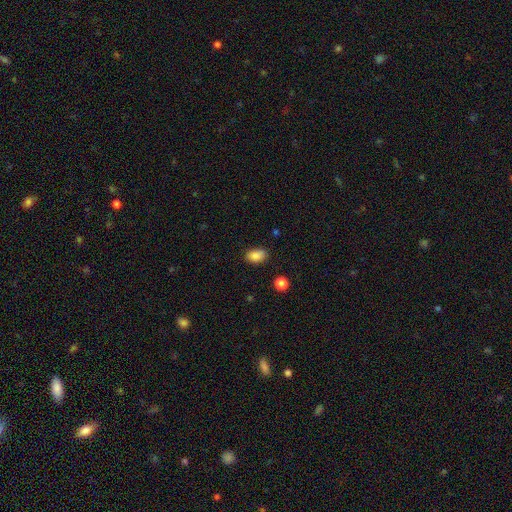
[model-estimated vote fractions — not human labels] A smooth galaxy with no disk features (86%) that is in between round and cigar-shaped (88%). Merging: none (83%).